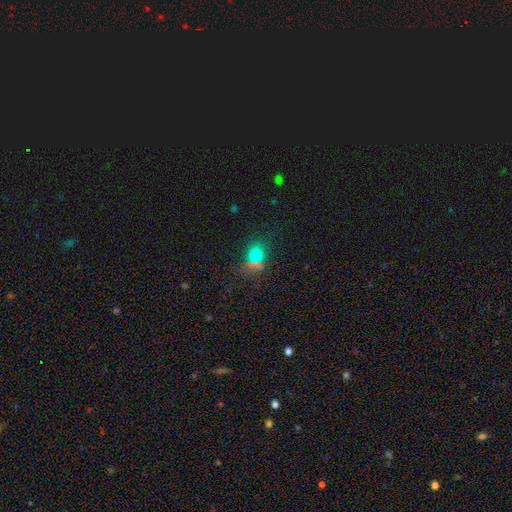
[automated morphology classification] smooth-or-featured: smooth: 65% | star or artifact: 26% | featured or disk: 9%
  how-rounded: round: 53% | in between: 44% | cigar-shaped: 3%
  merging: none: 68% | minor disturbance: 14% | merger: 11% | major disturbance: 7%